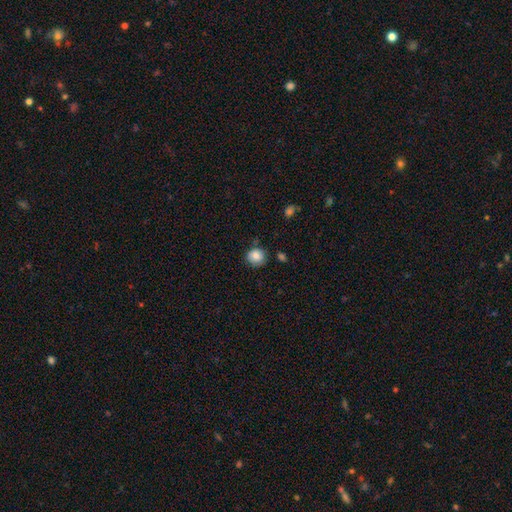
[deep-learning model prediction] This is clearly a smooth galaxy (86%). How rounded: clearly round (85%). Merging: likely none (79%).